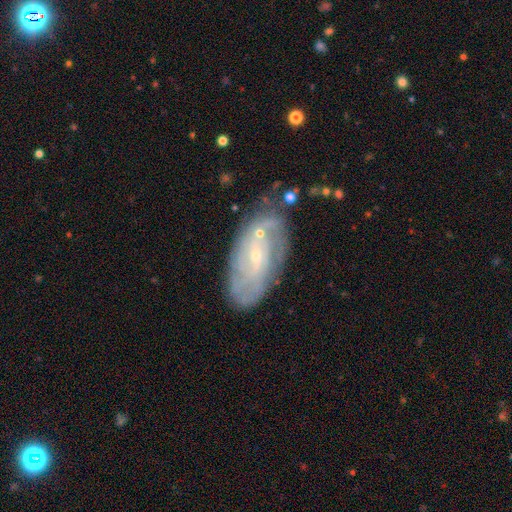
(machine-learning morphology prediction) Smooth or featured?
  - featured or disk: 74% *
  - smooth: 18%
  - star or artifact: 8%
Edge-on disk?
  - no: 93% *
  - yes: 7%
Bar?
  - no: 62% *
  - weak: 31%
  - strong: 7%
Spiral arms?
  - yes: 81% *
  - no: 19%
Spiral winding?
  - tight: 60% *
  - medium: 30%
  - loose: 11%
Spiral arm count?
  - can't tell: 53% *
  - 2: 21%
  - 3: 10%
  - 4: 7%
  - 1: 4%
  - more than 4: 4%
Bulge size?
  - small: 82% *
  - moderate: 14%
  - none: 2%
  - large: 1%
  - dominant: 1%
Merging?
  - none: 62% *
  - minor disturbance: 22%
  - major disturbance: 8%
  - merger: 8%